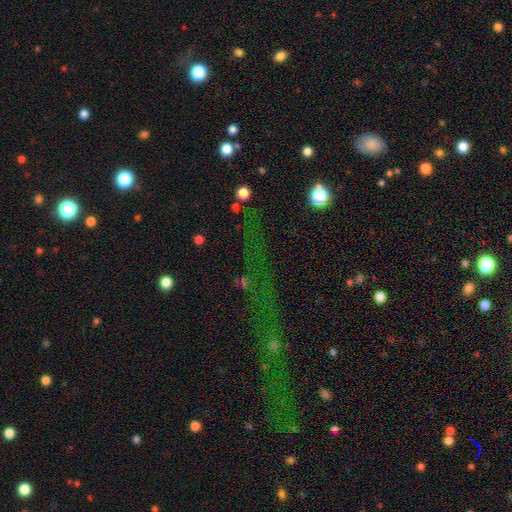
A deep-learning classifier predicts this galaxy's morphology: Overall: star or artifact (71%).